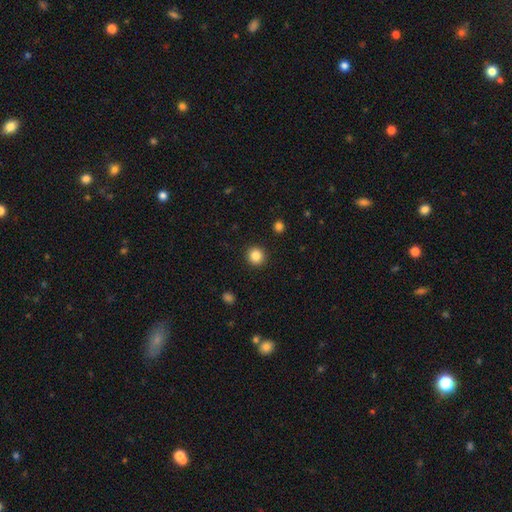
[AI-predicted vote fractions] smooth-or-featured: smooth: 85% | star or artifact: 10% | featured or disk: 5%
  how-rounded: round: 93% | in between: 6% | cigar-shaped: 1%
  merging: none: 93% | minor disturbance: 5% | major disturbance: 2% | merger: 1%